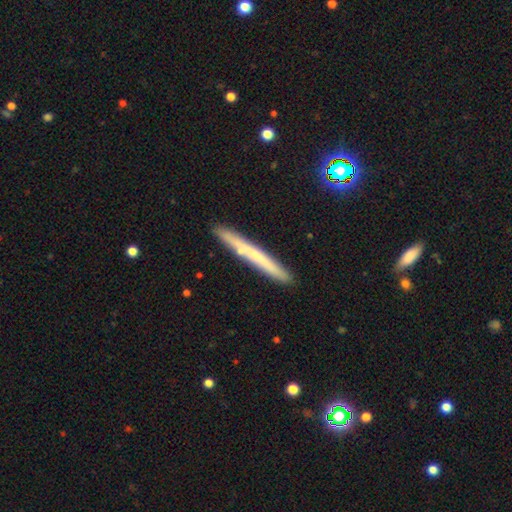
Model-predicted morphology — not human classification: The model was most divided on "smooth or featured": smooth: 50%, featured or disk: 42%, star or artifact: 8%. More confident: merging — none (89%).